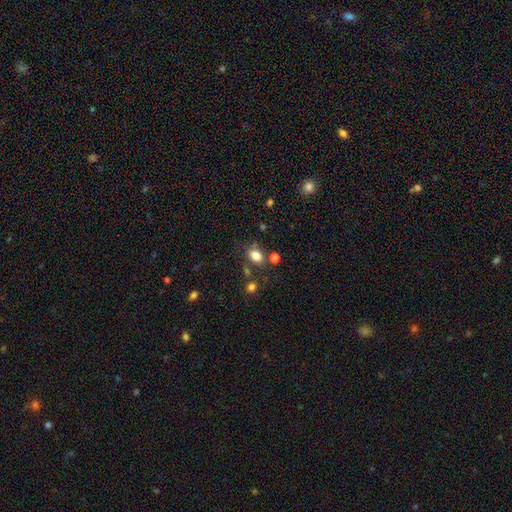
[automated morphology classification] type=smooth (81%); roundness=in between (75%); merging=none (70%).